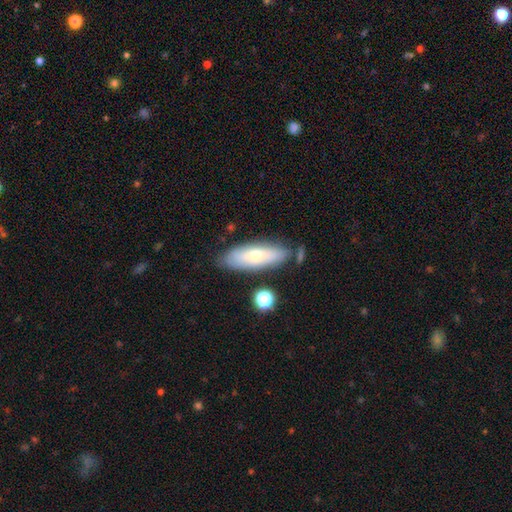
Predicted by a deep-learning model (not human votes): A smooth galaxy with no disk features (56%) that is in between round and cigar-shaped (61%).

Vote fractions:
- Smooth or featured? smooth: 56% / featured or disk: 37% / star or artifact: 7%
- How rounded? in between: 61% / cigar-shaped: 36% / round: 3%
- Merging? none: 76% / minor disturbance: 15% / merger: 5% / major disturbance: 4%